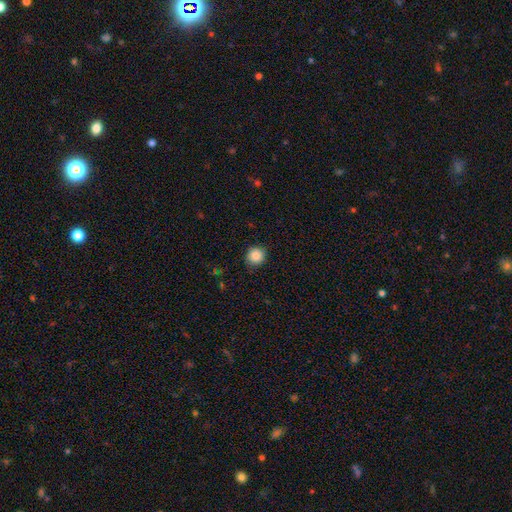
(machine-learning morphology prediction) A smooth galaxy with no disk features (87%) that is round (92%). Merging: none (87%).